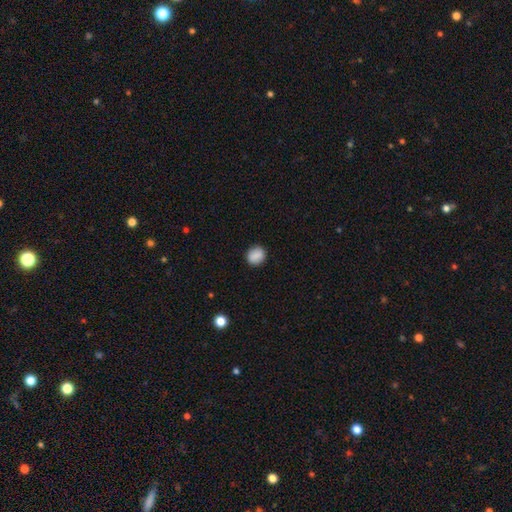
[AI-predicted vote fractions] Smooth or featured?
  - smooth: 88% *
  - star or artifact: 8%
  - featured or disk: 4%
How rounded?
  - round: 78% *
  - in between: 21%
  - cigar-shaped: 1%
Merging?
  - none: 88% *
  - minor disturbance: 9%
  - major disturbance: 2%
  - merger: 1%